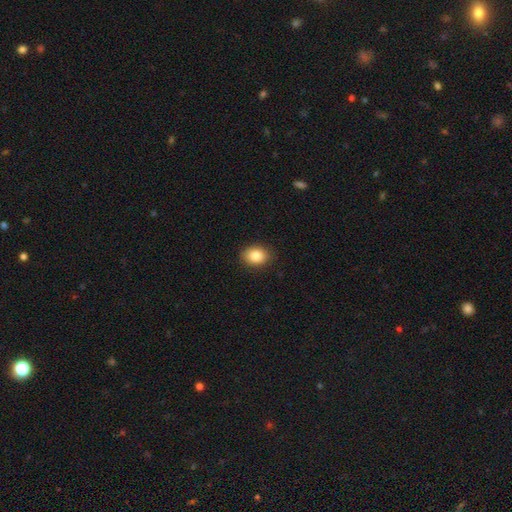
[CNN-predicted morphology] smooth-or-featured: smooth: 86% | star or artifact: 8% | featured or disk: 5%
  how-rounded: in between: 64% | round: 35% | cigar-shaped: 1%
  merging: none: 88% | minor disturbance: 9% | major disturbance: 2% | merger: 1%